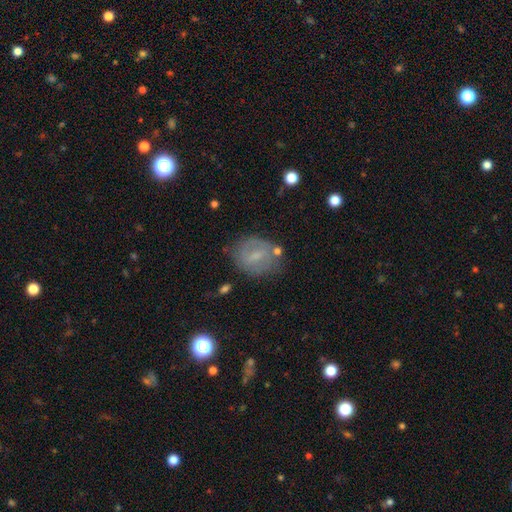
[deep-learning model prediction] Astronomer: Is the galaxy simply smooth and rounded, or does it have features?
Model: featured or disk — 46% (runner-up: smooth, 44%).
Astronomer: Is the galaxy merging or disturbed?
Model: none — 67%.